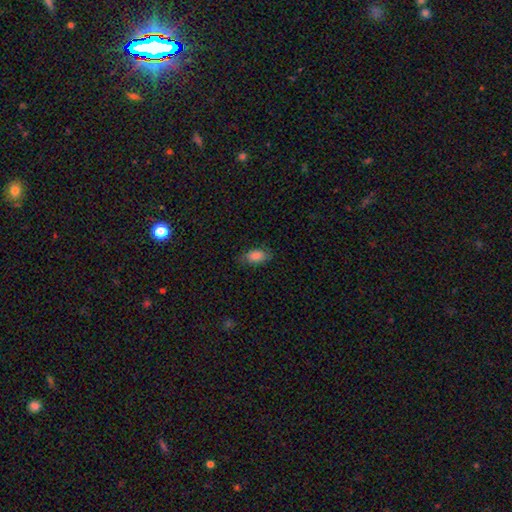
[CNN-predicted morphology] Smooth or featured: smooth — 84% (featured or disk — 9%)
How rounded: in between — 91% (round — 6%)
Merging: none — 77% (minor disturbance — 18%)